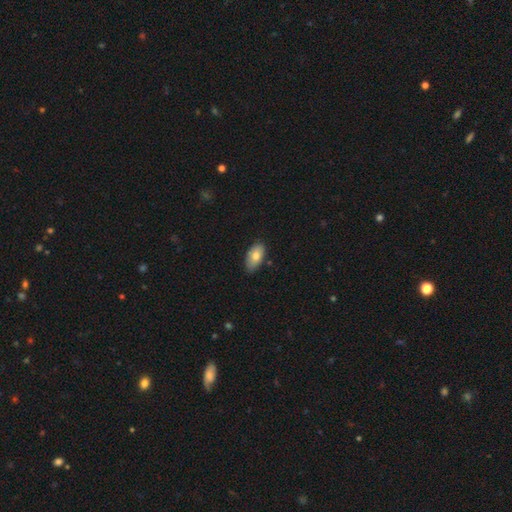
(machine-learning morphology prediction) Overall: smooth (78%). How rounded: in between (93%). Merging: none (79%).